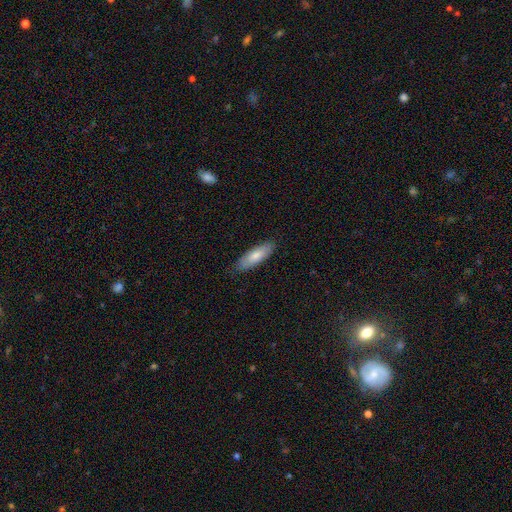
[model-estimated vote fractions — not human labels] Morphology: type=smooth (76%); roundness=in between (56%); merging=none (85%).